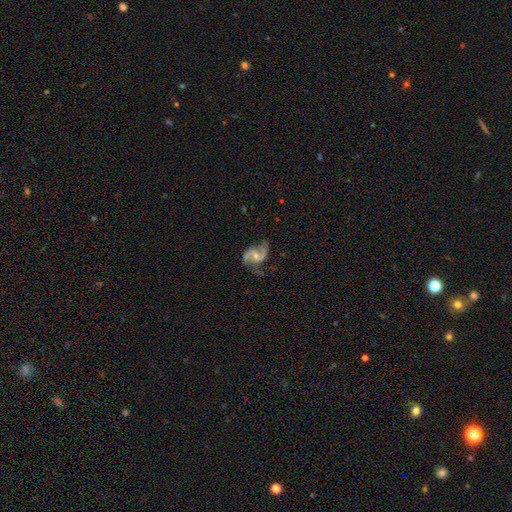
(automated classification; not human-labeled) Overall: featured or disk (87%). Edge-on disk: no (98%). Bar: no (51%; weak 38%). Spiral arms: yes (97%). Spiral arm count: 2 (91%). Spiral winding: loose (45%; medium 44%). Bulge size: moderate (49%; small 45%). Merging: none (68%).